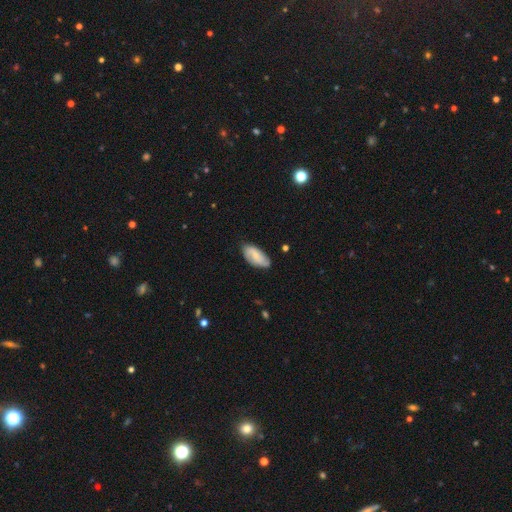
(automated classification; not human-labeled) A smooth galaxy with no disk features (47%). Merging: none (75%).